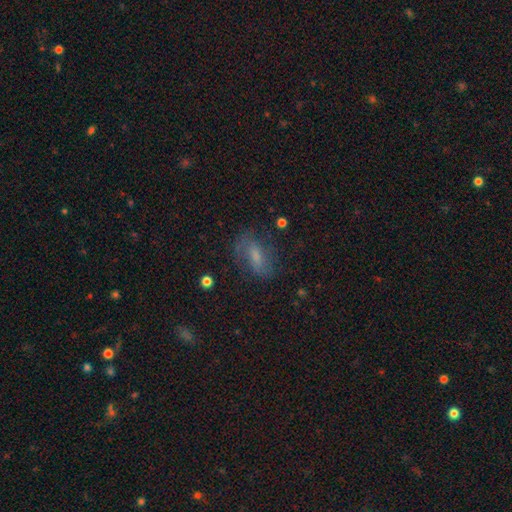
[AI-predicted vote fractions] Smooth or featured? Predicted: featured or disk (p=0.42, tied with smooth). Merging? Predicted: none (p=0.69).